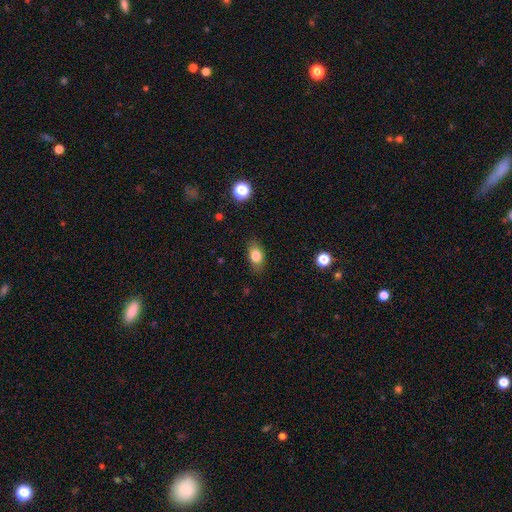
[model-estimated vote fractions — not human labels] This appears to be a smooth galaxy with no disk features (81%) that is in between round and cigar-shaped (82%). Merging: none (83%).